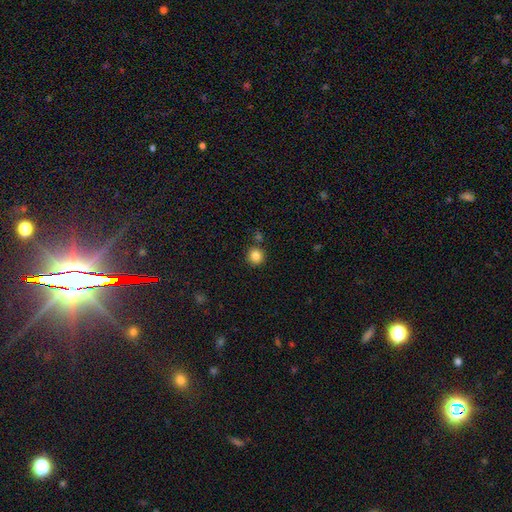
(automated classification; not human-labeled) Smooth or featured: smooth — 86% (star or artifact — 10%)
How rounded: round — 92% (in between — 7%)
Merging: none — 84% (minor disturbance — 7%)